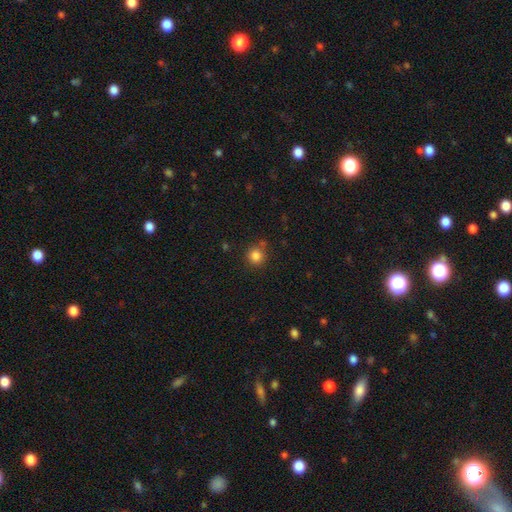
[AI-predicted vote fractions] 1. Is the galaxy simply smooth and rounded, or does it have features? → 84% smooth, 12% star or artifact, 5% featured or disk.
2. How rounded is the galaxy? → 91% round, 8% in between, 1% cigar-shaped.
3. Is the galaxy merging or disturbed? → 79% none, 11% minor disturbance, 6% merger, 3% major disturbance.